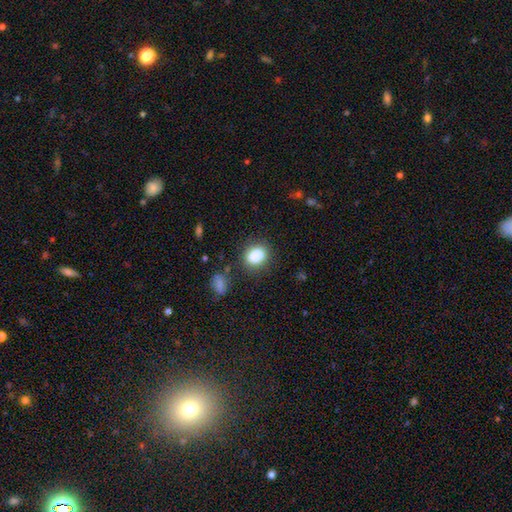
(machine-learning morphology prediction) A smooth galaxy with no disk features (85%) that is in between round and cigar-shaped (54%).

Vote fractions:
- Smooth or featured? smooth: 85% / star or artifact: 10% / featured or disk: 5%
- How rounded? in between: 54% / round: 45% / cigar-shaped: 1%
- Merging? none: 81% / minor disturbance: 12% / major disturbance: 4% / merger: 3%